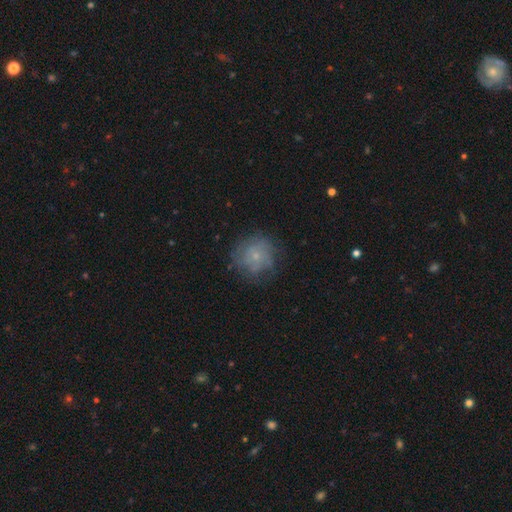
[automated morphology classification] Q: Smooth or featured?
A: smooth (52%); runner-up: featured or disk (37%)
Q: How rounded?
A: round (90%); runner-up: in between (10%)
Q: Merging?
A: none (70%); runner-up: minor disturbance (19%)